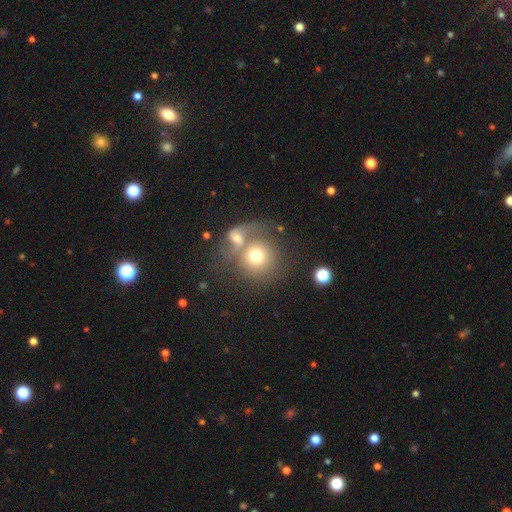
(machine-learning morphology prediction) smooth_or_featured: smooth (p=0.65) [alt: featured or disk p=0.26]
how_rounded: round (p=0.85) [alt: in between p=0.14]
merging: merger (p=0.55) [alt: none p=0.28]